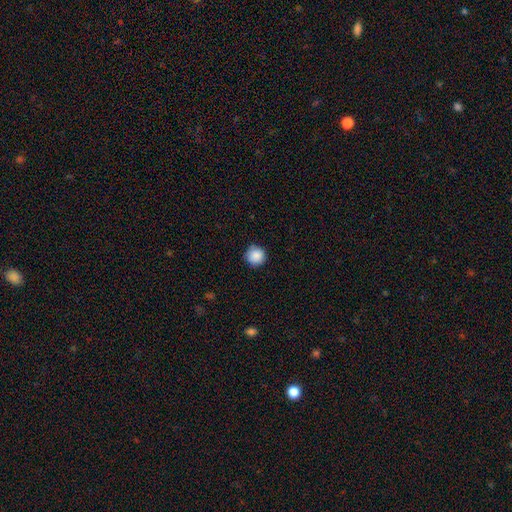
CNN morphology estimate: A smooth galaxy with no disk features (88%) that is round (95%). Merging: none (85%).